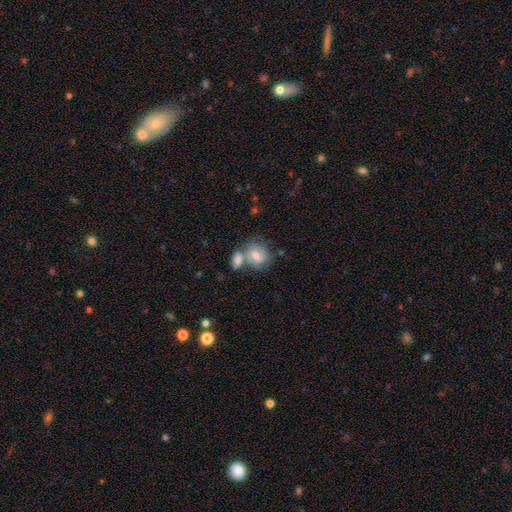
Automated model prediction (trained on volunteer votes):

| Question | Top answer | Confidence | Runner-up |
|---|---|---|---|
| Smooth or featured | smooth | 62% | featured or disk (30%) |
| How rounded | in between | 52% | round (46%) |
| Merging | merger | 47% | none (34%) |